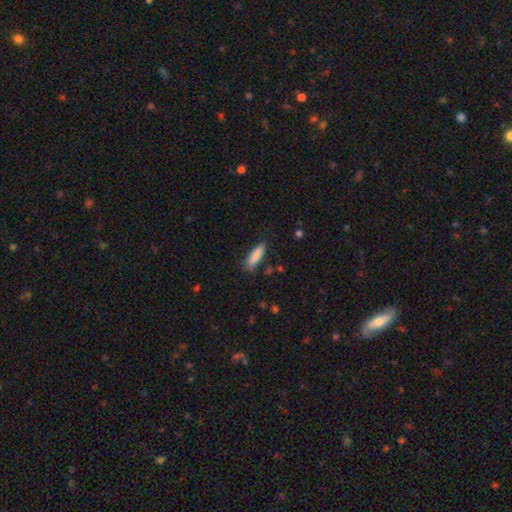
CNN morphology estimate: Overall: smooth (87%). How rounded: cigar-shaped (53%; in between 46%). Merging: none (79%).